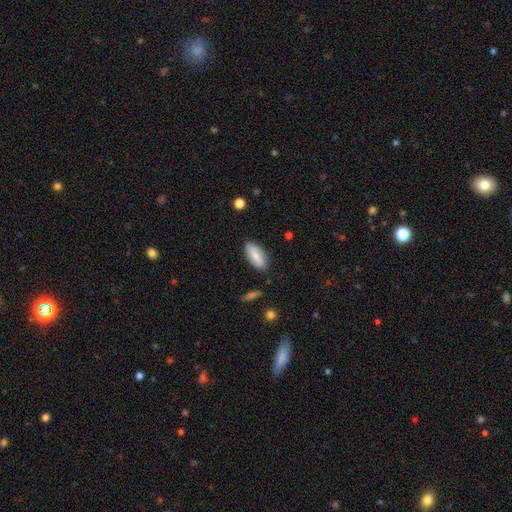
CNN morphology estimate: Smooth or featured?
  - smooth: 68% *
  - featured or disk: 26%
  - star or artifact: 6%
How rounded?
  - in between: 89% *
  - cigar-shaped: 9%
  - round: 3%
Merging?
  - none: 81% *
  - minor disturbance: 14%
  - major disturbance: 3%
  - merger: 2%